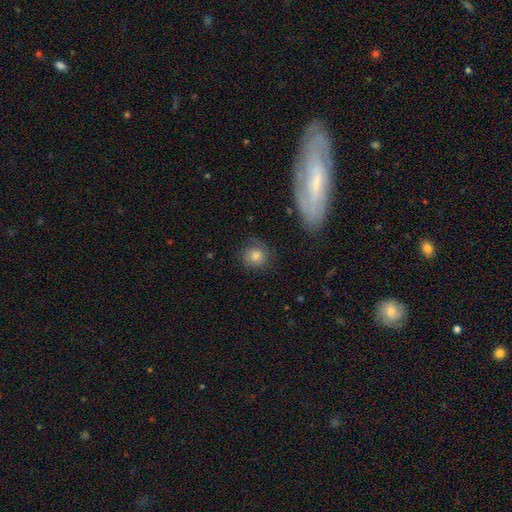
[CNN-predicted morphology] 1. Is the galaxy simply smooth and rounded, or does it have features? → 63% smooth, 24% featured or disk, 12% star or artifact.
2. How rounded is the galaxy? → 82% round, 16% in between, 2% cigar-shaped.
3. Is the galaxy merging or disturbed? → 74% none, 16% minor disturbance, 8% major disturbance, 2% merger.